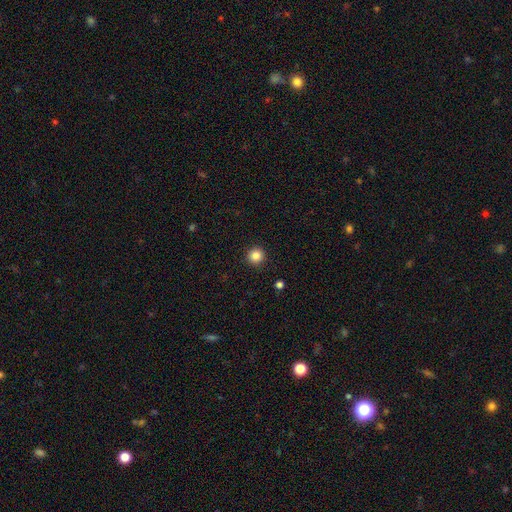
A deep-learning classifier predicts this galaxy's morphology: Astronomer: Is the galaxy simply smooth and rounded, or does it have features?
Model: smooth — 85%.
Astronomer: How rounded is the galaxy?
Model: round — 96%.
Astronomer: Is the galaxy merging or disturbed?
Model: none — 93%.